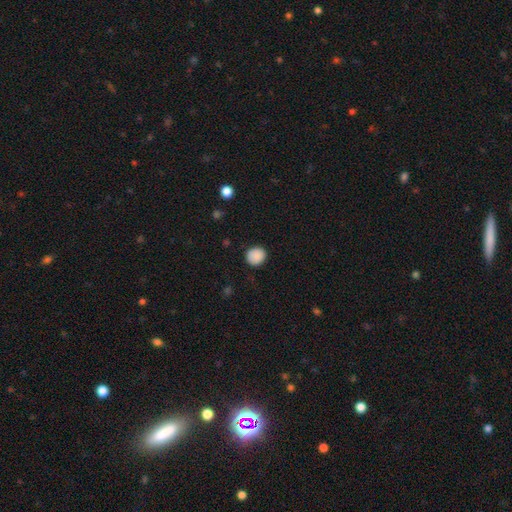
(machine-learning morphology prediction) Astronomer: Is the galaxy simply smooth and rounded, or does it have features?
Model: smooth — 88%.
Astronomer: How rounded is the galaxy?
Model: round — 84%.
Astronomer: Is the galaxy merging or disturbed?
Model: none — 87%.